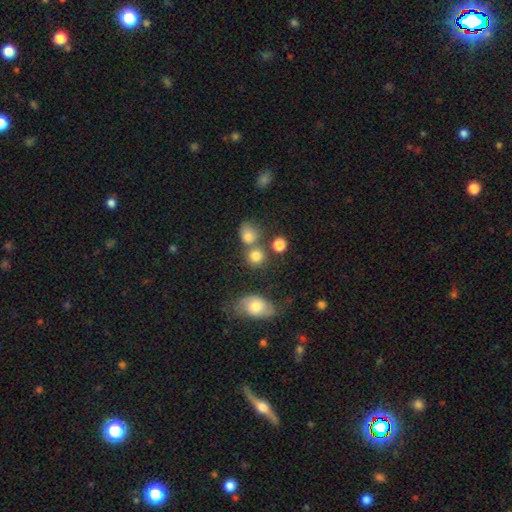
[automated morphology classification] Smooth or featured: smooth — 80% (star or artifact — 12%)
How rounded: round — 82% (in between — 17%)
Merging: none — 59% (merger — 26%)